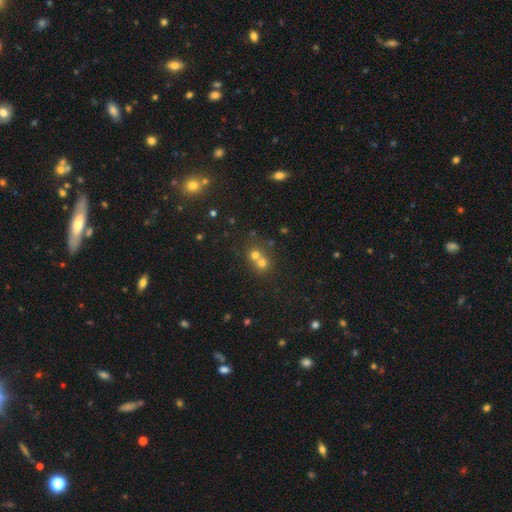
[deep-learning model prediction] smooth-or-featured: smooth: 66% | star or artifact: 19% | featured or disk: 15%
  how-rounded: round: 83% | in between: 16% | cigar-shaped: 1%
  merging: merger: 56% | none: 37% | minor disturbance: 5% | major disturbance: 2%